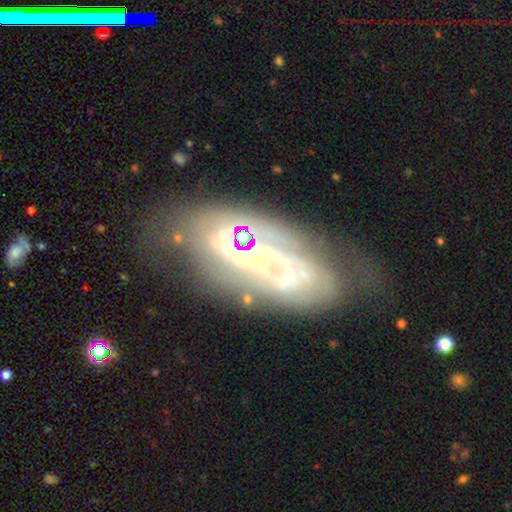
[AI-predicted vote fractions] Smooth or featured? featured or disk (82%)
Edge-on disk? no (91%)
Bar? no (53%)
Spiral arms? yes (83%)
Spiral winding? tight (53%)
Spiral arm count? 2 (47%)
Bulge size? small (63%)
Merging? none (66%)